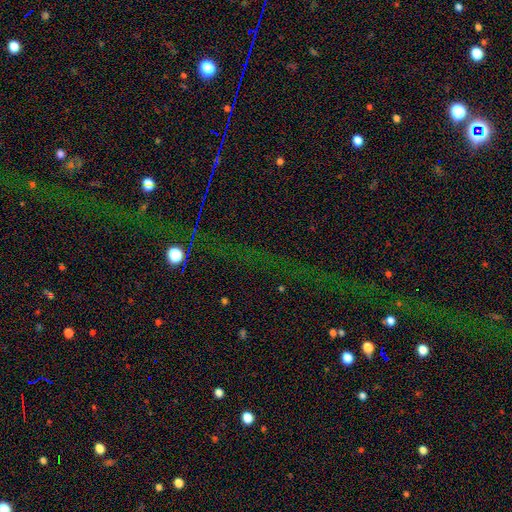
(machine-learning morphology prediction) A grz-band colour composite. It shows a star or artifact, not a galaxy (78%).